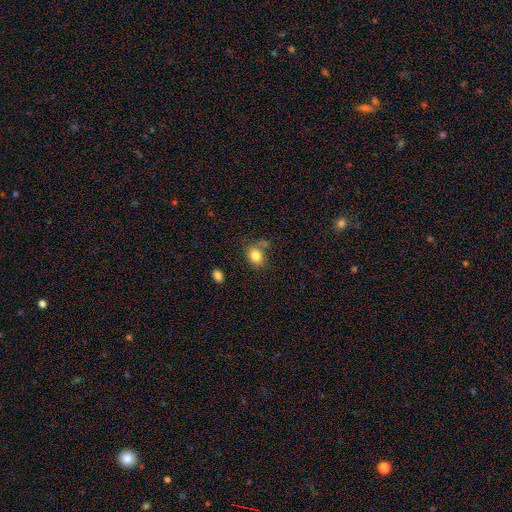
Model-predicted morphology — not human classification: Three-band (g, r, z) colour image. It shows a smooth galaxy with no disk features (82%) that is in between round and cigar-shaped (58%). Merging: none (63%).